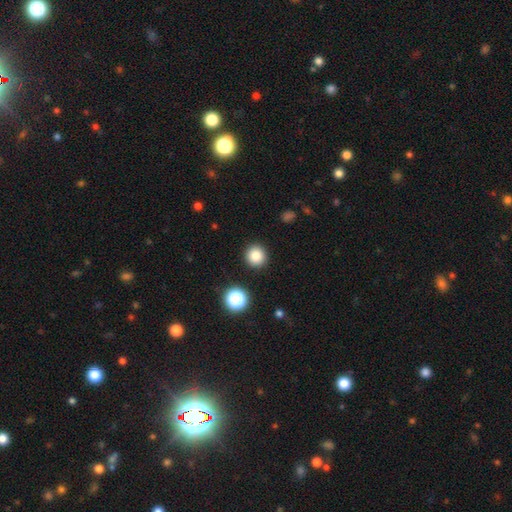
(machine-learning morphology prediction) A smooth galaxy with no disk features (83%) that is round (94%). Merging: none (91%).